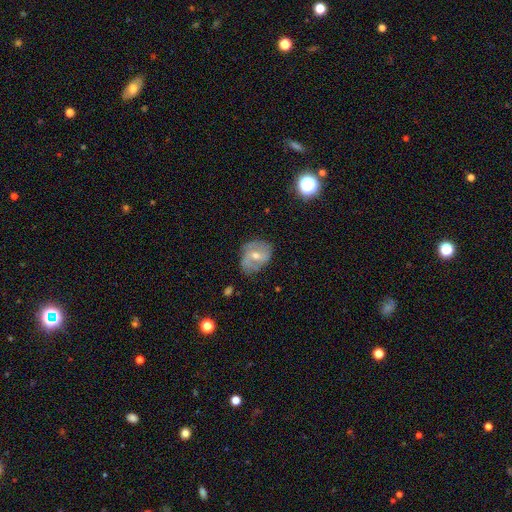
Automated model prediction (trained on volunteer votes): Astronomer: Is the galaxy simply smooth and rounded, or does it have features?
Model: featured or disk — 65%.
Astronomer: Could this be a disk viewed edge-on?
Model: no — 96%.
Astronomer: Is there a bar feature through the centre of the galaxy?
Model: weak — 44% (runner-up: no, 35%).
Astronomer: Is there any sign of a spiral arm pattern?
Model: yes — 77%.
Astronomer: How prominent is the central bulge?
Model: moderate — 57% (runner-up: small, 39%).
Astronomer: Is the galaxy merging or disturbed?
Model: none — 64%.